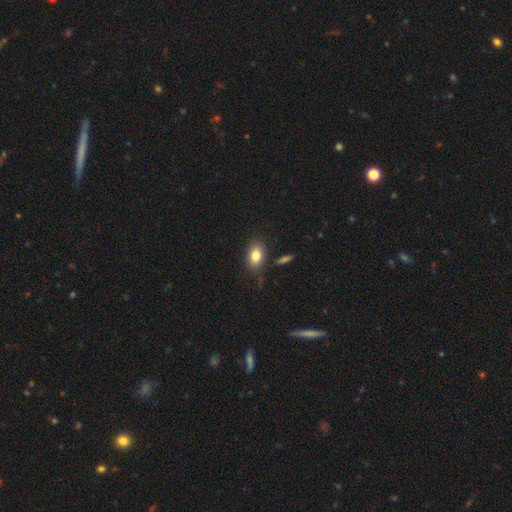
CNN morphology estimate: Smooth or featured? Predicted: smooth (p=0.82). How rounded? Predicted: in between (p=0.84). Merging? Predicted: none (p=0.81).